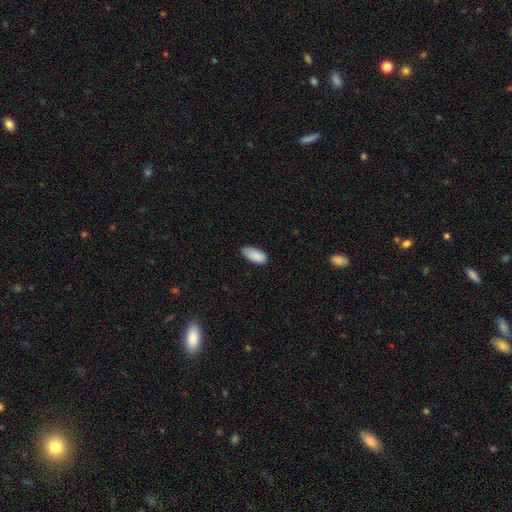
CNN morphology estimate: This appears to be a smooth galaxy with no disk features (88%) that is in between round and cigar-shaped (89%). Merging: none (74%).